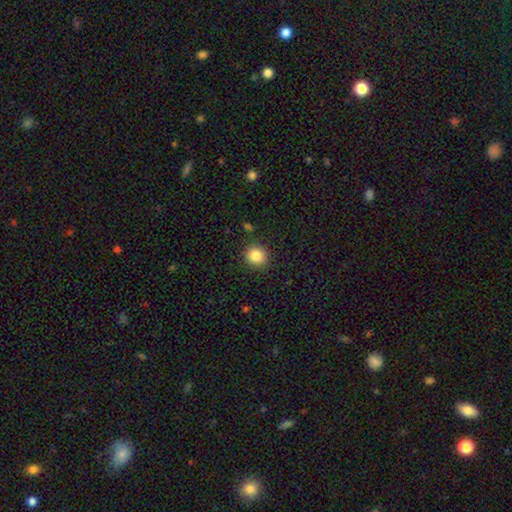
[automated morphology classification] type=smooth (85%); roundness=round (91%); merging=none (90%).